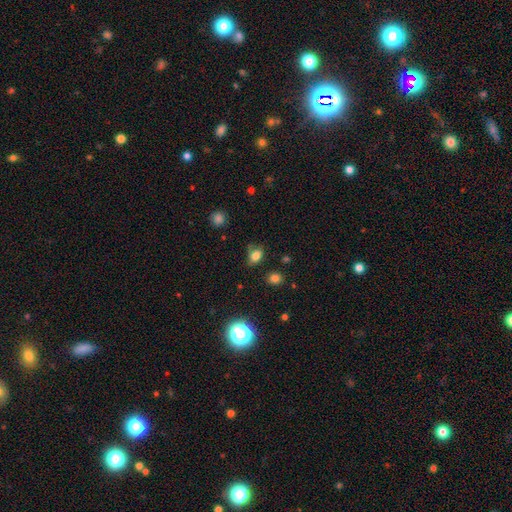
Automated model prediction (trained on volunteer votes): Smooth or featured: smooth — 79% (star or artifact — 14%)
How rounded: in between — 71% (round — 28%)
Merging: none — 68% (minor disturbance — 23%)